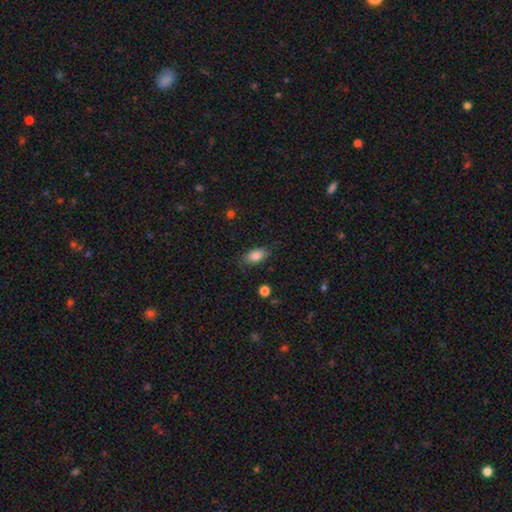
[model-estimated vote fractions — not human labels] This appears to be a smooth galaxy with no disk features (84%) that is in between round and cigar-shaped (89%). Merging: none (82%).